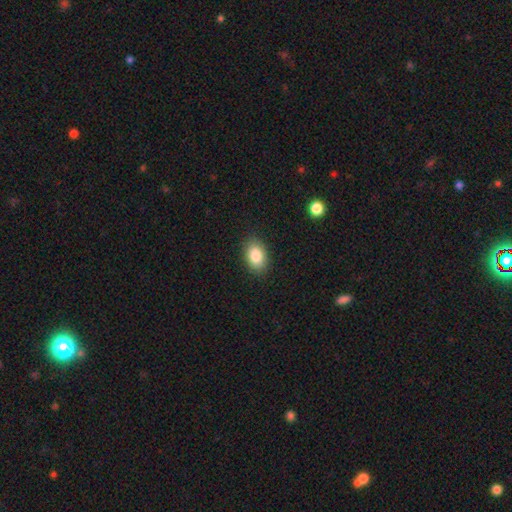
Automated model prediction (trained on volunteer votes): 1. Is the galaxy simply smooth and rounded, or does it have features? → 85% smooth, 8% star or artifact, 7% featured or disk.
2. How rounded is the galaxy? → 87% in between, 12% round, 1% cigar-shaped.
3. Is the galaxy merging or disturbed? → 88% none, 9% minor disturbance, 2% major disturbance, 1% merger.